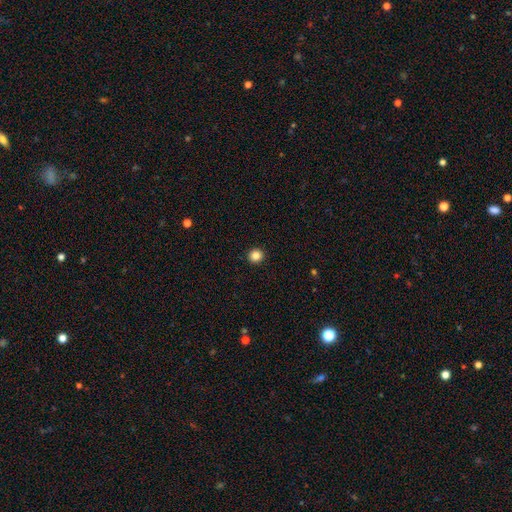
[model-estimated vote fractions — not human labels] A smooth galaxy with no disk features (85%) that is round (92%).

Vote fractions:
- Smooth or featured? smooth: 85% / star or artifact: 11% / featured or disk: 4%
- How rounded? round: 92% / in between: 7% / cigar-shaped: 1%
- Merging? none: 94% / minor disturbance: 4% / major disturbance: 1% / merger: 1%